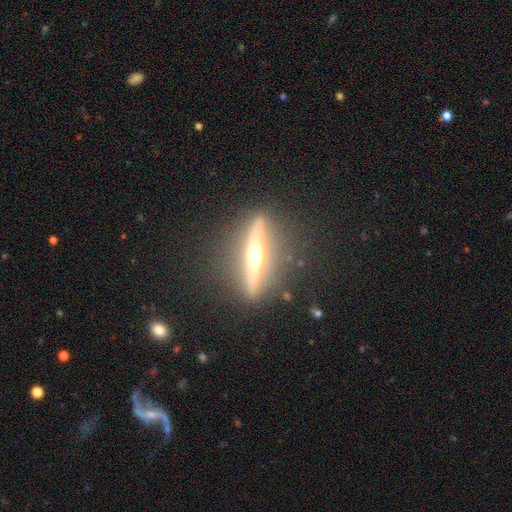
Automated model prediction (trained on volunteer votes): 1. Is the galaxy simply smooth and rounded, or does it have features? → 76% featured or disk, 17% smooth, 7% star or artifact.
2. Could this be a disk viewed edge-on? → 94% yes, 6% no.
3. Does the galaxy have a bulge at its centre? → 94% rounded, 3% none, 2% boxy.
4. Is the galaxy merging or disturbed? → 86% none, 9% minor disturbance, 4% major disturbance, 2% merger.